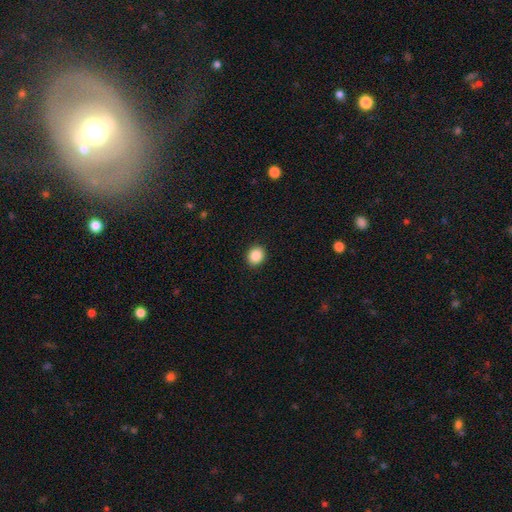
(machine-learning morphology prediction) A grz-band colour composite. It shows a smooth galaxy with no disk features (88%) that is round (71%). Merging: none (92%).